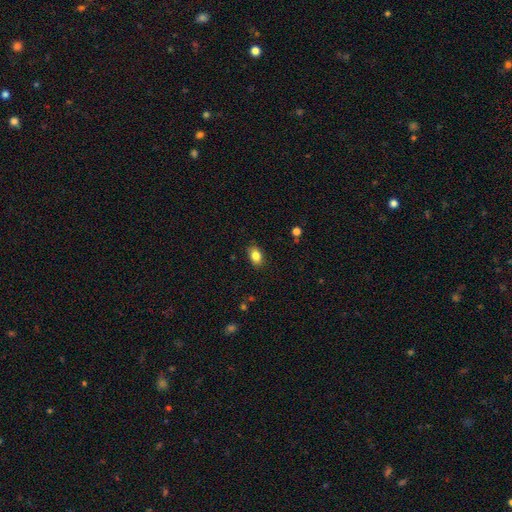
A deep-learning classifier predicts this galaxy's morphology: Smooth or featured: smooth — 85% (star or artifact — 9%)
How rounded: in between — 83% (round — 16%)
Merging: none — 87% (minor disturbance — 10%)